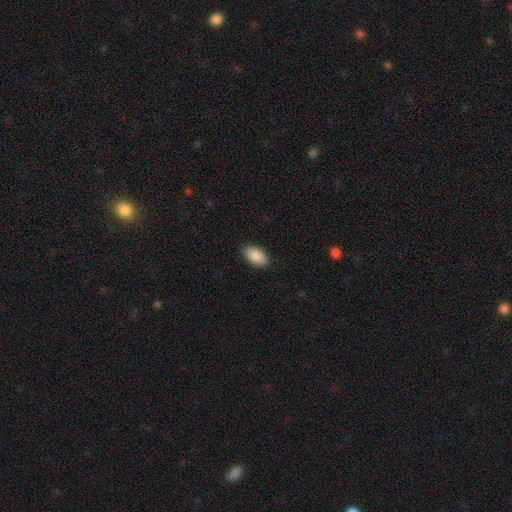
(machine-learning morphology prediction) Smooth or featured? smooth (90%)
How rounded? in between (95%)
Merging? none (88%)